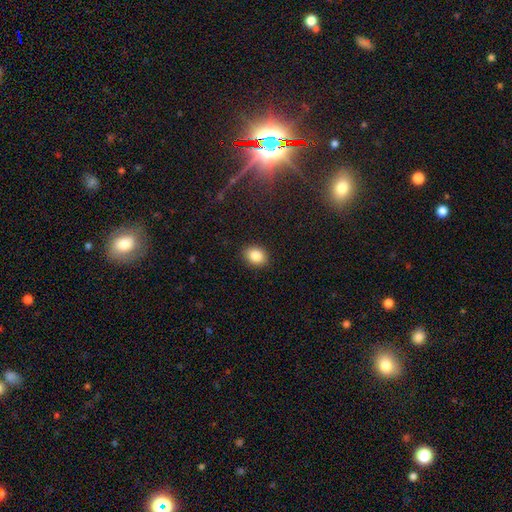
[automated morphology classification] Smooth or featured: smooth — 85% (star or artifact — 9%)
How rounded: in between — 57% (round — 42%)
Merging: none — 90% (minor disturbance — 7%)